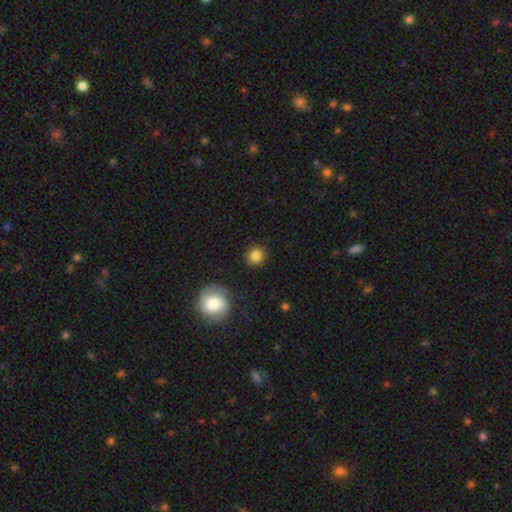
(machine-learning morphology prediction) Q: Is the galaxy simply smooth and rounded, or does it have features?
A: smooth — 84%.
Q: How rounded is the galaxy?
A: round — 91%.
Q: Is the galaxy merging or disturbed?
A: none — 89%.